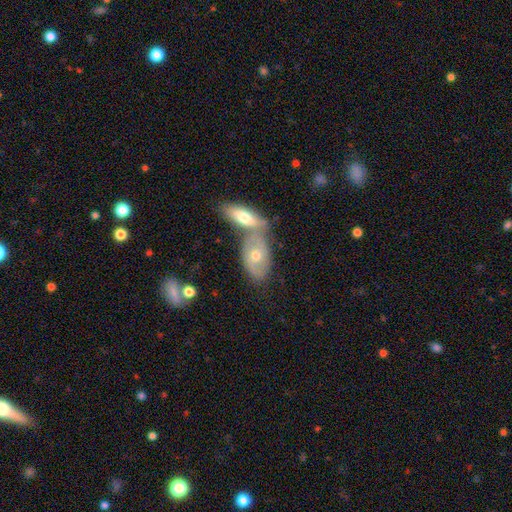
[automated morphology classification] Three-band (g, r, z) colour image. It shows a smooth galaxy with no disk features (48%). Merging: merger (47%).